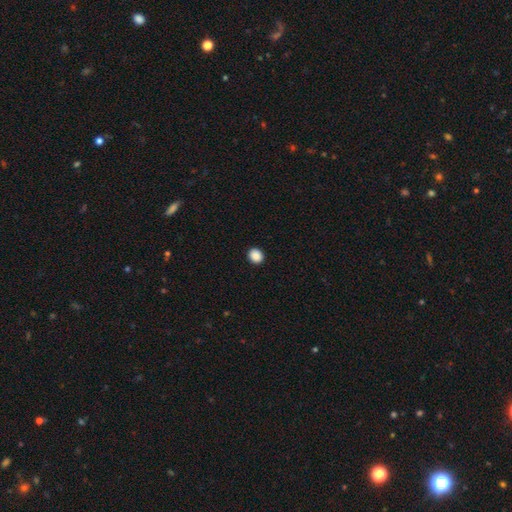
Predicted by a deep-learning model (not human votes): Q: Smooth or featured?
A: smooth (89%); runner-up: star or artifact (9%)
Q: How rounded?
A: round (72%); runner-up: in between (27%)
Q: Merging?
A: none (93%); runner-up: minor disturbance (5%)